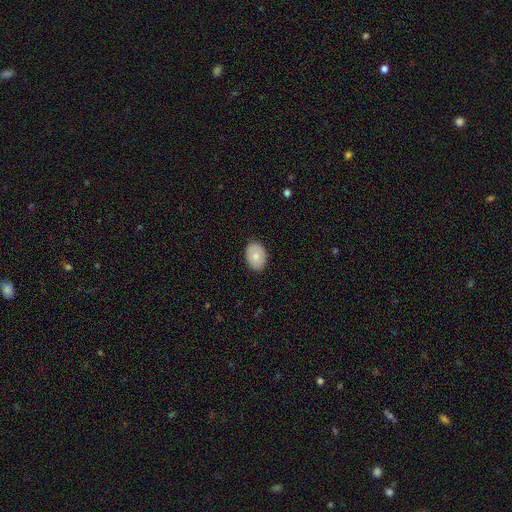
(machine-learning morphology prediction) smooth-or-featured: smooth: 82% | featured or disk: 11% | star or artifact: 6%
  how-rounded: in between: 78% | round: 21% | cigar-shaped: 1%
  merging: none: 88% | minor disturbance: 9% | major disturbance: 2% | merger: 1%